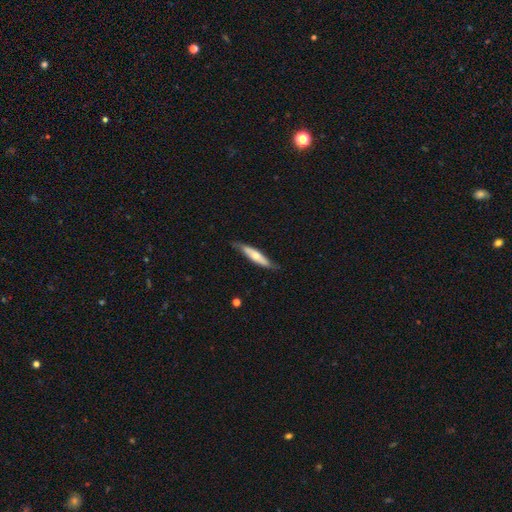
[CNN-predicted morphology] type=smooth (50%); merging=none (76%).